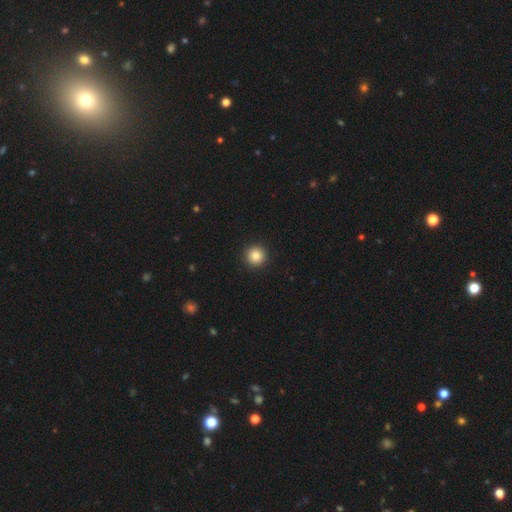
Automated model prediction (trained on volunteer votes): The model was most divided on "smooth or featured": smooth: 84%, star or artifact: 10%, featured or disk: 6%. More confident: how rounded — round (96%); merging — none (93%).